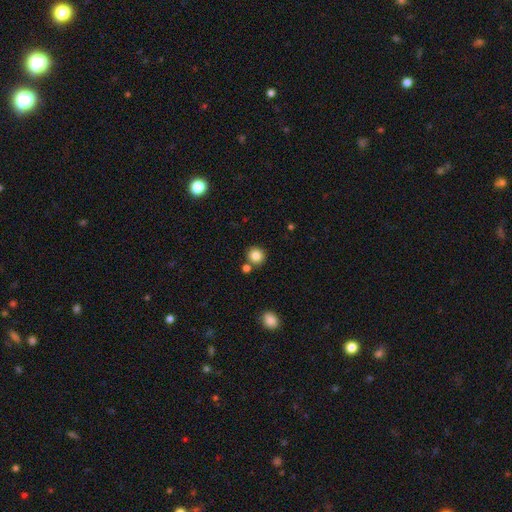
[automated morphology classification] This is clearly a smooth galaxy (84%). How rounded: clearly round (91%). Merging: likely none (79%).